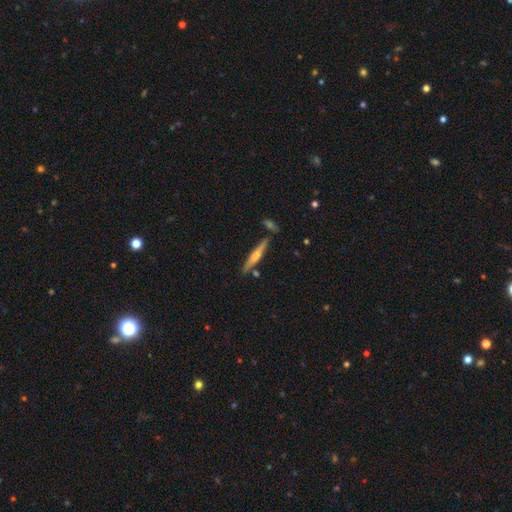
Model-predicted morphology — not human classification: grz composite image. It shows a featured or disk galaxy (56%) viewed edge-on (97%) with a rounded central bulge (76%). Merging: none (81%).